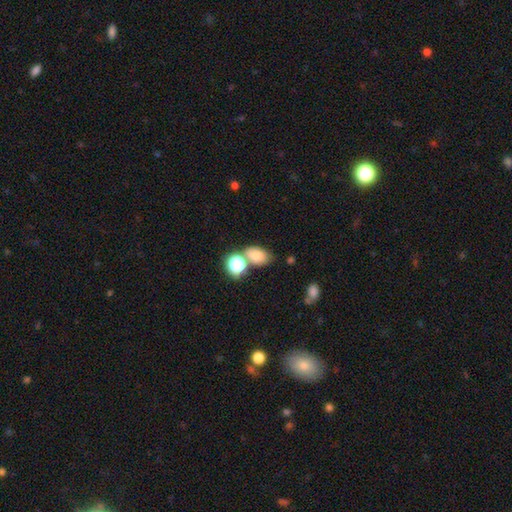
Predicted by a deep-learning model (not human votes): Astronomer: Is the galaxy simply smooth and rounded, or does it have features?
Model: smooth — 75%.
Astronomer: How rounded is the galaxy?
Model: in between — 76%.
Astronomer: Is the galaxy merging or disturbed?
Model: none — 54%.